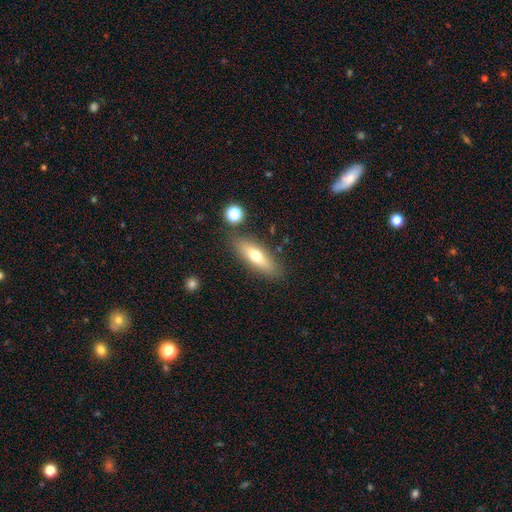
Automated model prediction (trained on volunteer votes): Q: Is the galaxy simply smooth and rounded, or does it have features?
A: smooth — 63%.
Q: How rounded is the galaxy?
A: in between — 49%.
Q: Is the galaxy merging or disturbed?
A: none — 82%.